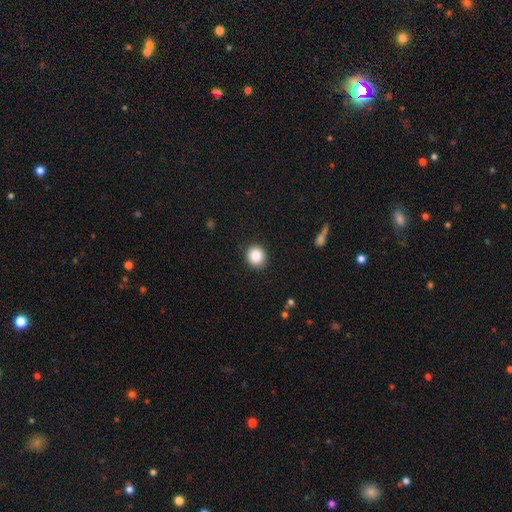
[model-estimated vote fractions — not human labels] Smooth or featured? smooth (84%)
How rounded? round (86%)
Merging? none (91%)